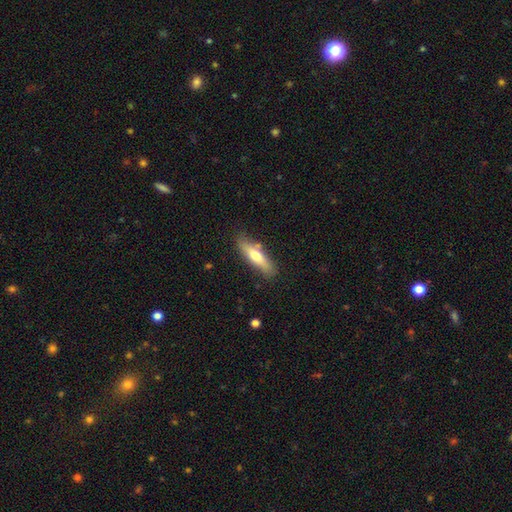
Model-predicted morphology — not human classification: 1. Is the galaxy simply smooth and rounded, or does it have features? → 61% smooth, 34% featured or disk, 6% star or artifact.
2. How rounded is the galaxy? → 70% cigar-shaped, 28% in between, 2% round.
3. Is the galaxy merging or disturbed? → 79% none, 13% minor disturbance, 4% merger, 3% major disturbance.